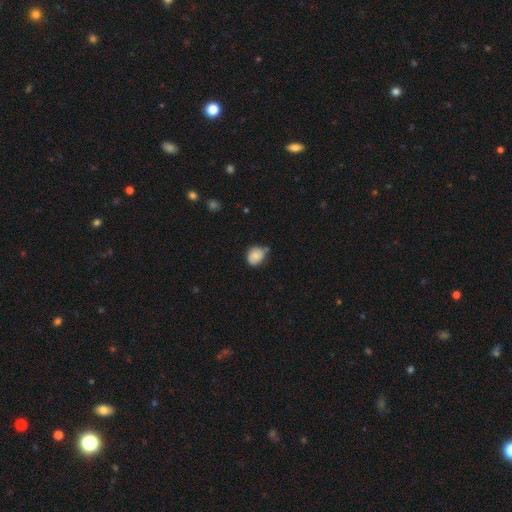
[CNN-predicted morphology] Smooth or featured? smooth (76%)
How rounded? round (59%)
Merging? none (56%)